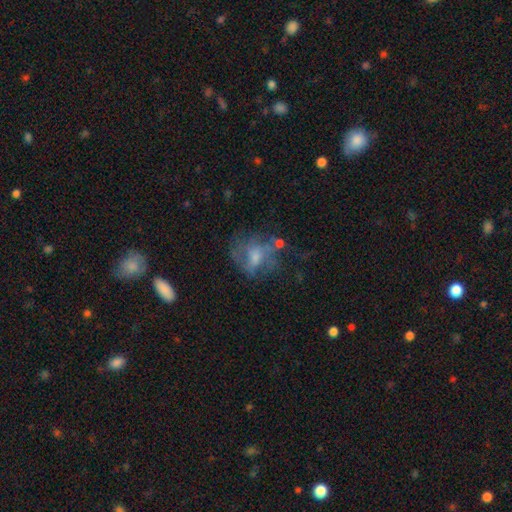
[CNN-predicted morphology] type=featured or disk (52%); edge-on=no (97%); merging=none (39%).